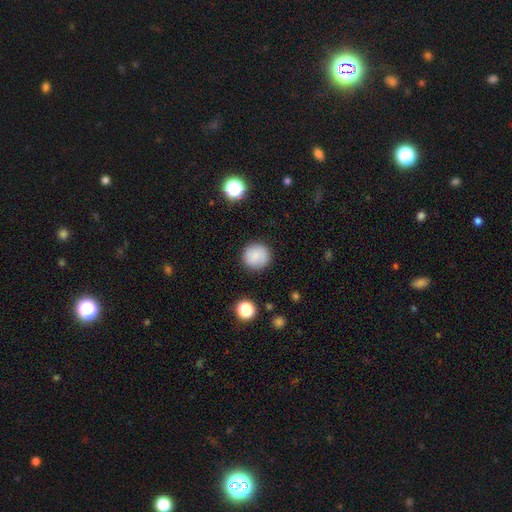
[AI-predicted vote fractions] Smooth or featured?
  - smooth: 83% *
  - star or artifact: 9%
  - featured or disk: 8%
How rounded?
  - round: 94% *
  - in between: 5%
  - cigar-shaped: 1%
Merging?
  - none: 88% *
  - minor disturbance: 8%
  - major disturbance: 3%
  - merger: 1%